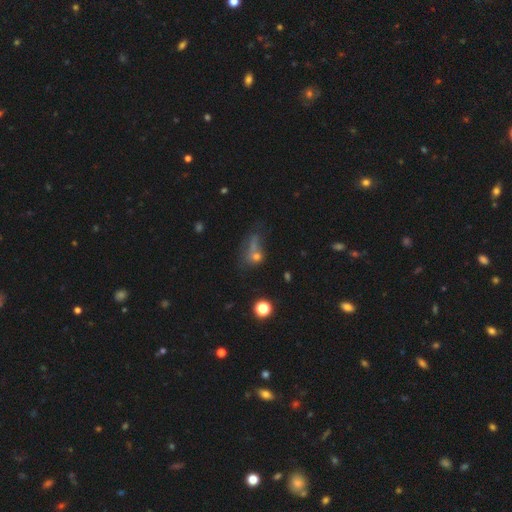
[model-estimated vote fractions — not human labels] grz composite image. It shows a smooth galaxy with no disk features (54%) that is round (51%). Merging: none (36%).